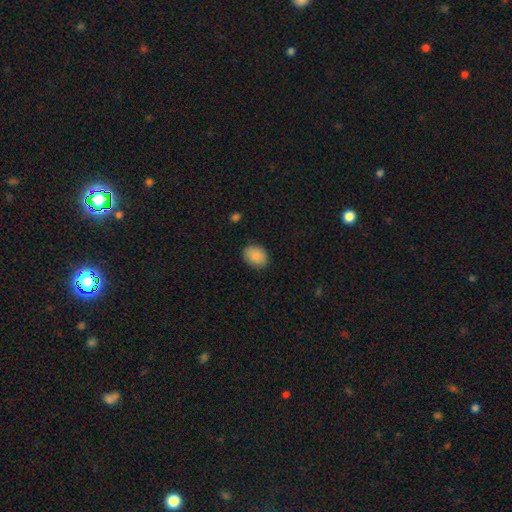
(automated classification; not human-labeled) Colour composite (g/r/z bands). It shows a smooth galaxy with no disk features (89%) that is in between round and cigar-shaped (58%). Merging: none (85%).